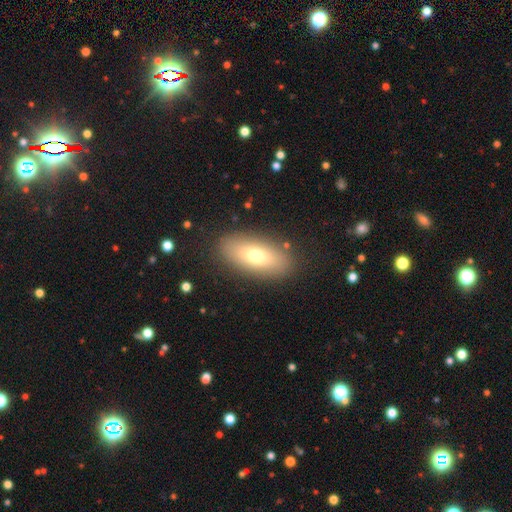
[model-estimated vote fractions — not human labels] This is likely a smooth galaxy (70%). How rounded: clearly in between (84%). Merging: clearly none (86%).